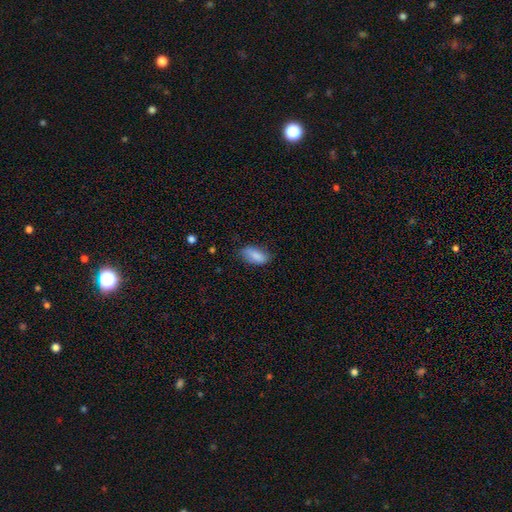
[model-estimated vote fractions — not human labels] smooth_or_featured: smooth (p=0.84) [alt: featured or disk p=0.09]
how_rounded: in between (p=0.89) [alt: cigar-shaped p=0.08]
merging: none (p=0.70) [alt: minor disturbance p=0.24]